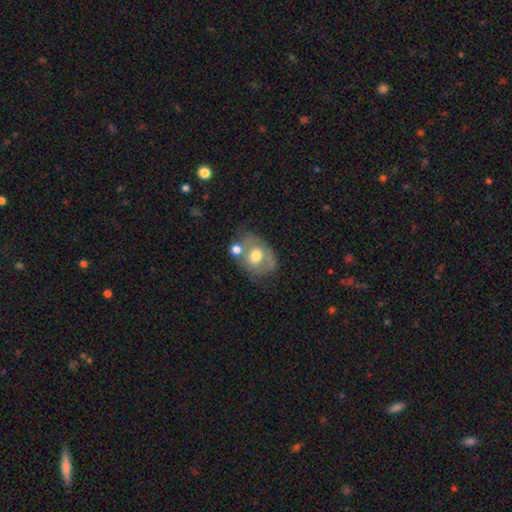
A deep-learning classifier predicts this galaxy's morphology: Q: Smooth or featured?
A: smooth (47%); runner-up: featured or disk (45%)
Q: Merging?
A: none (41%); runner-up: merger (26%)